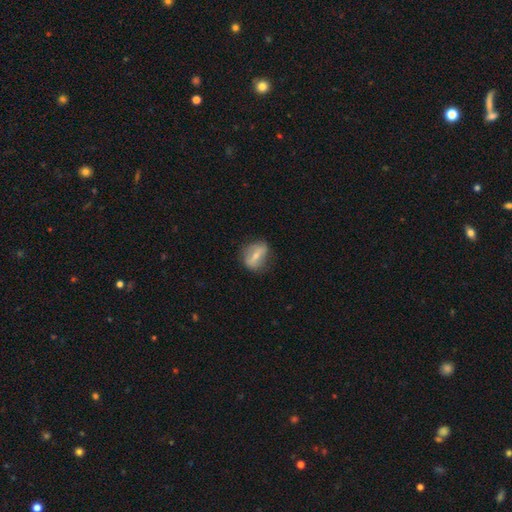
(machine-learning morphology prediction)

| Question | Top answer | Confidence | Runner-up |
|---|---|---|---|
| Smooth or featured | featured or disk | 48% | smooth (44%) |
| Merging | none | 73% | minor disturbance (19%) |